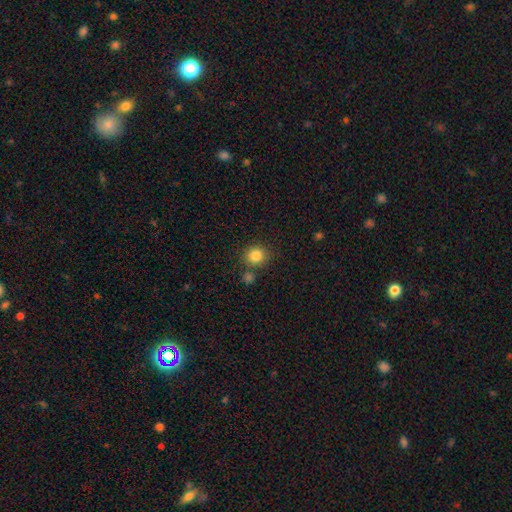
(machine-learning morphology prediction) Smooth or featured: smooth — 84% (star or artifact — 11%)
How rounded: round — 87% (in between — 13%)
Merging: none — 76% (merger — 11%)